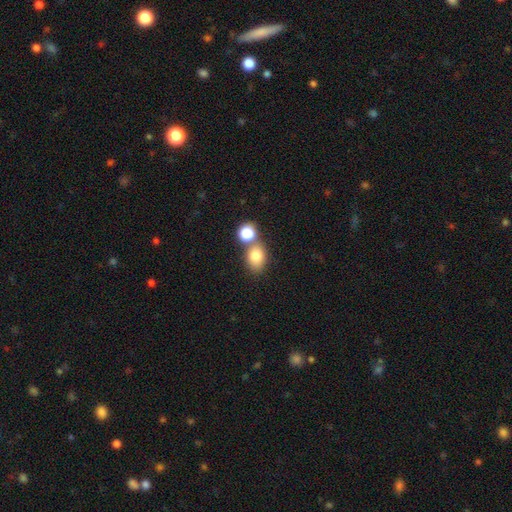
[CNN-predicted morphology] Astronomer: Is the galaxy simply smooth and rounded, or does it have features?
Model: smooth — 79%.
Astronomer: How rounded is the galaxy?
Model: in between — 60% (runner-up: round, 39%).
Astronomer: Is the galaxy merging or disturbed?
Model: none — 52% (runner-up: merger, 33%).